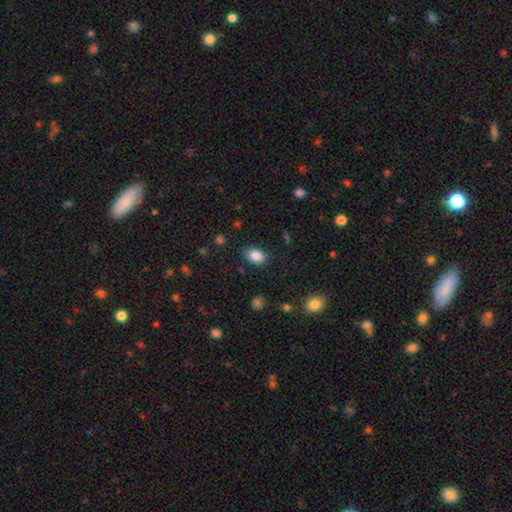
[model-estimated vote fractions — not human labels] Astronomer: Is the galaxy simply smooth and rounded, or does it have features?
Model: smooth — 86%.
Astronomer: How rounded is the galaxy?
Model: in between — 80%.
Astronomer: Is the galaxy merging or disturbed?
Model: none — 82%.